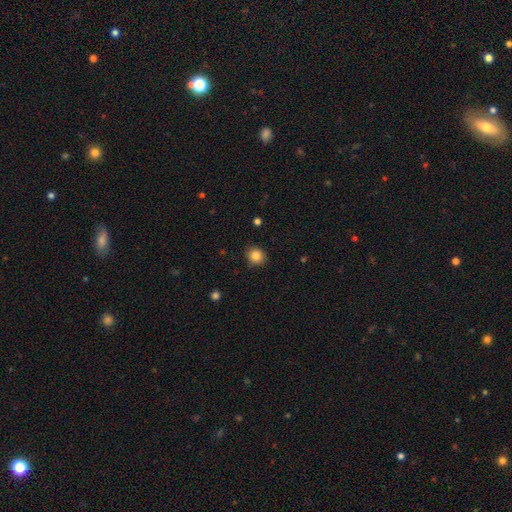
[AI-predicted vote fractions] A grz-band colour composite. It shows a smooth galaxy with no disk features (85%) that is round (77%). Merging: none (88%).